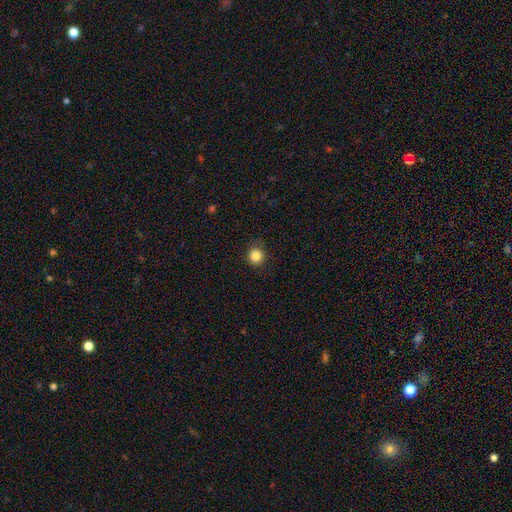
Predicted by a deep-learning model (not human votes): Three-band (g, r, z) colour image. It shows a smooth galaxy with no disk features (85%) that is round (90%). Merging: none (84%).